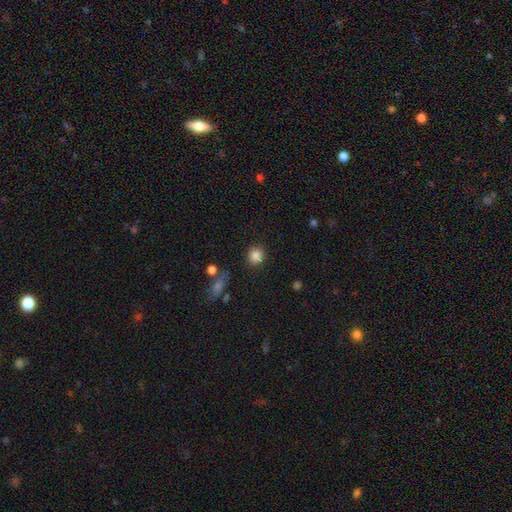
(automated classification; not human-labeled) The model was most divided on "smooth or featured": smooth: 86%, star or artifact: 10%, featured or disk: 4%. More confident: how rounded — round (88%); merging — none (87%).